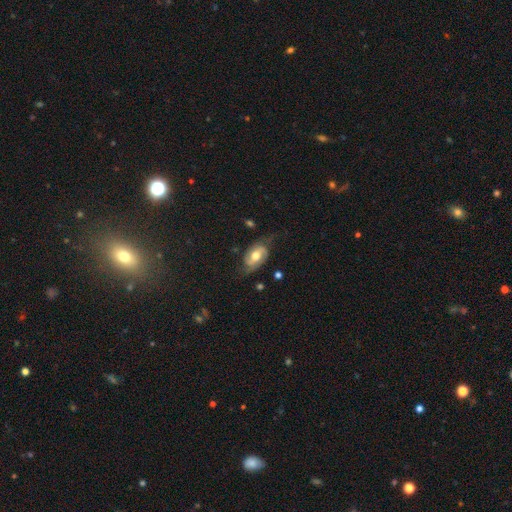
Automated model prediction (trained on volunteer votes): Q: Smooth or featured?
A: featured or disk (62%); runner-up: smooth (32%)
Q: Edge-on disk?
A: no (94%); runner-up: yes (6%)
Q: Bar?
A: no (52%); runner-up: weak (36%)
Q: Spiral arms?
A: yes (83%); runner-up: no (17%)
Q: Bulge size?
A: moderate (69%); runner-up: large (21%)
Q: Merging?
A: none (60%); runner-up: minor disturbance (26%)